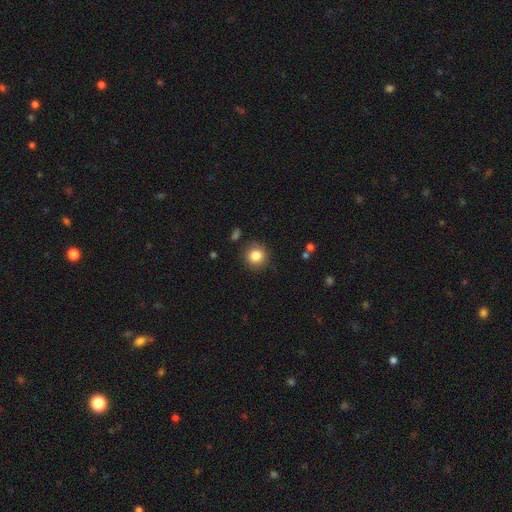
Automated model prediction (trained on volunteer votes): A smooth galaxy with no disk features (84%) that is round (92%). Merging: none (87%).